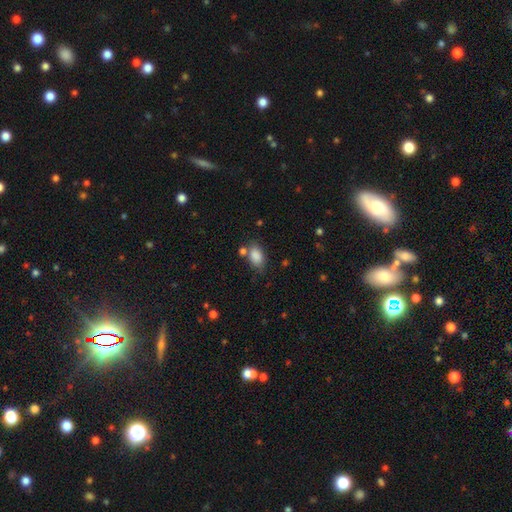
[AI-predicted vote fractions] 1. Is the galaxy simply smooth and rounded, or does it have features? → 86% smooth, 9% star or artifact, 5% featured or disk.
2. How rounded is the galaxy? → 87% in between, 11% round, 2% cigar-shaped.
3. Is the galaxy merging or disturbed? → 65% none, 17% minor disturbance, 12% merger, 5% major disturbance.